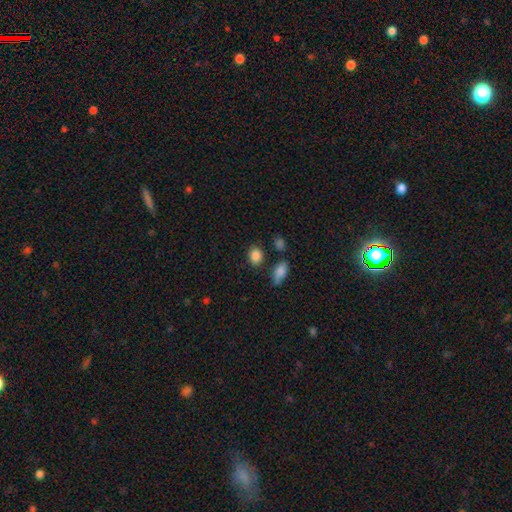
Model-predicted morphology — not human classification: This appears to be a smooth galaxy with no disk features (86%) that is in between round and cigar-shaped (57%). Merging: none (76%).